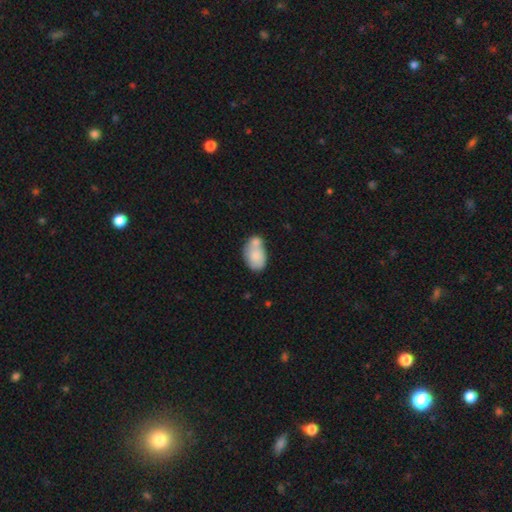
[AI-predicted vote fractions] Smooth or featured? Predicted: smooth (p=0.76). How rounded? Predicted: in between (p=0.87). Merging? Predicted: merger (p=0.47).